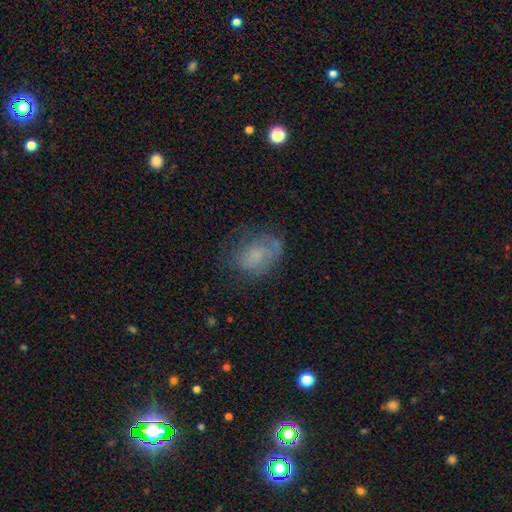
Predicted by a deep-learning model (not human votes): This is possibly a smooth galaxy (55%). How rounded: likely in between (73%). Merging: possibly none (51%).